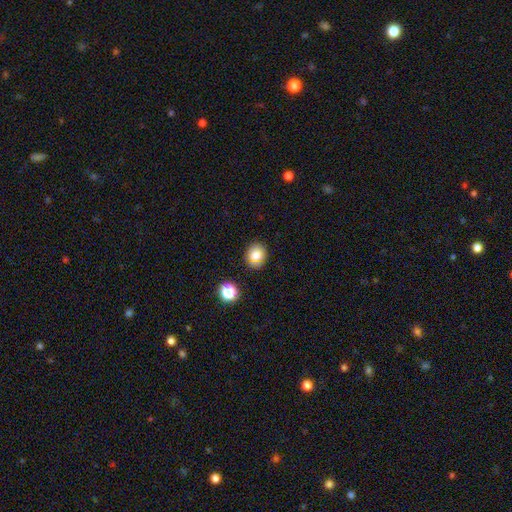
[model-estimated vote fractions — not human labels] A smooth galaxy with no disk features (80%) that is round (68%).

Vote fractions:
- Smooth or featured? smooth: 80% / star or artifact: 12% / featured or disk: 8%
- How rounded? round: 68% / in between: 31% / cigar-shaped: 1%
- Merging? none: 84% / minor disturbance: 10% / merger: 3% / major disturbance: 3%